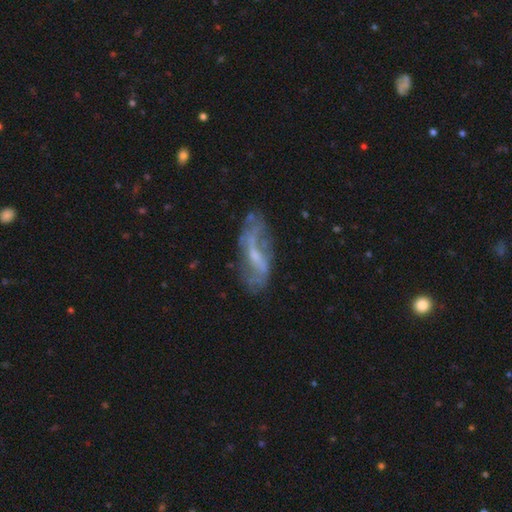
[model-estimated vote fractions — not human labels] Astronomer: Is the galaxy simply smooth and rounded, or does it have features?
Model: featured or disk — 73%.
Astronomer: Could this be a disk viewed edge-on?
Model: no — 88%.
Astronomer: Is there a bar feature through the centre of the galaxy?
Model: weak — 49% (runner-up: no, 28%).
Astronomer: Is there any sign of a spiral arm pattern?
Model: yes — 78%.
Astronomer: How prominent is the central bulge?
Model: small — 55%.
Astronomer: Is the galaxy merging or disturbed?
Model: none — 59%.